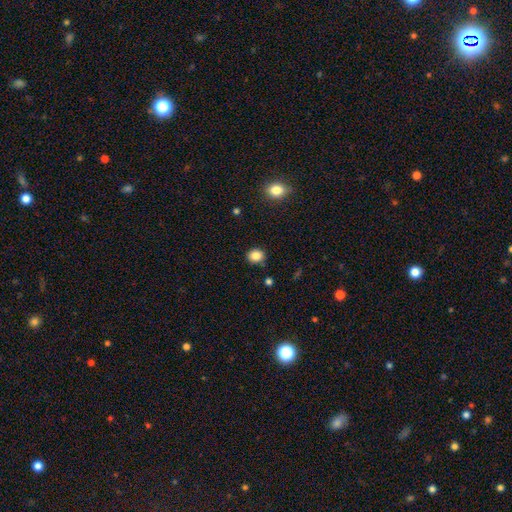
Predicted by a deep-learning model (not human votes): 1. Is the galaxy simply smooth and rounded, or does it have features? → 84% smooth, 11% star or artifact, 5% featured or disk.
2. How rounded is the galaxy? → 68% round, 31% in between, 1% cigar-shaped.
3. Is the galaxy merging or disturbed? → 83% none, 11% minor disturbance, 3% merger, 3% major disturbance.